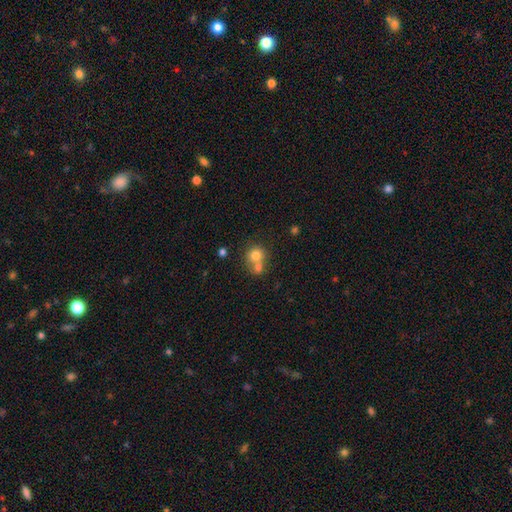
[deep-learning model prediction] smooth 75%, featured or disk 14%, star or artifact 11%. Down the decision tree: how rounded — round (81%); merging — merger (53%).